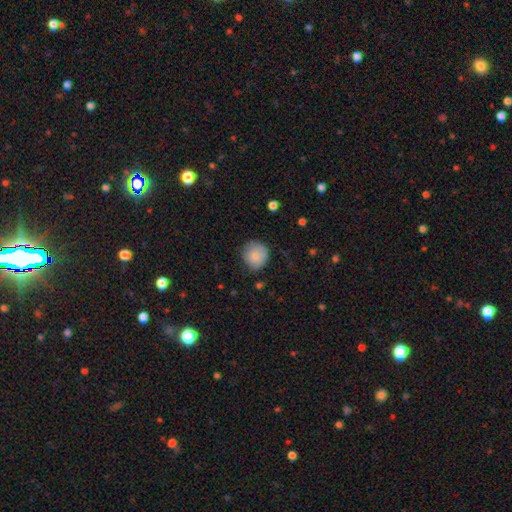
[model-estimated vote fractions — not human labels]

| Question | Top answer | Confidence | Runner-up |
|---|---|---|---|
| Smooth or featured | smooth | 81% | featured or disk (11%) |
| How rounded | round | 87% | in between (12%) |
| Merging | none | 72% | minor disturbance (22%) |